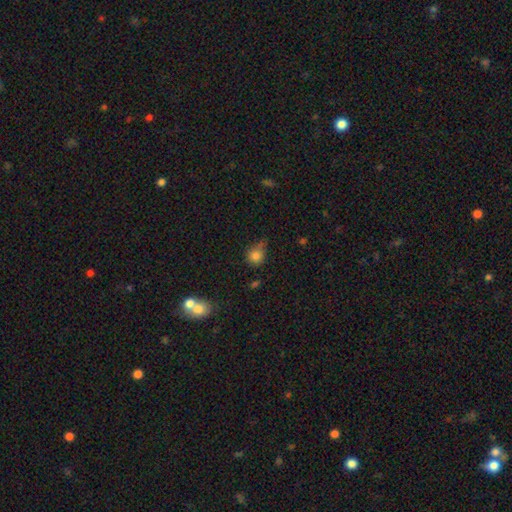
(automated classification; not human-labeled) A smooth galaxy with no disk features (79%) that is round (76%).

Vote fractions:
- Smooth or featured? smooth: 79% / star or artifact: 13% / featured or disk: 8%
- How rounded? round: 76% / in between: 22% / cigar-shaped: 1%
- Merging? none: 47% / minor disturbance: 34% / major disturbance: 11% / merger: 7%